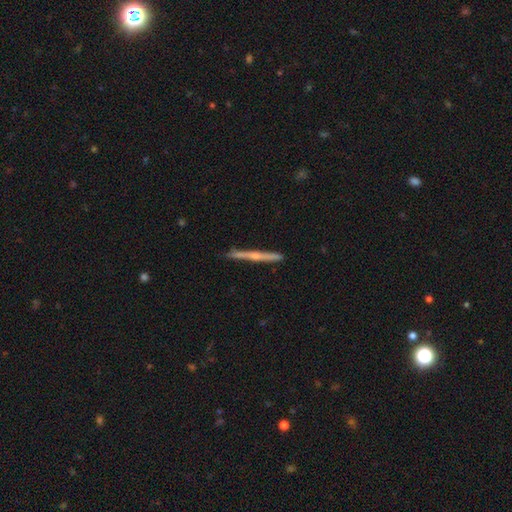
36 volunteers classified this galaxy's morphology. Overall: featured or disk (86%). Edge-on disk: yes (100%). Edge-on bulge: rounded (87%). Merging: none (91%).